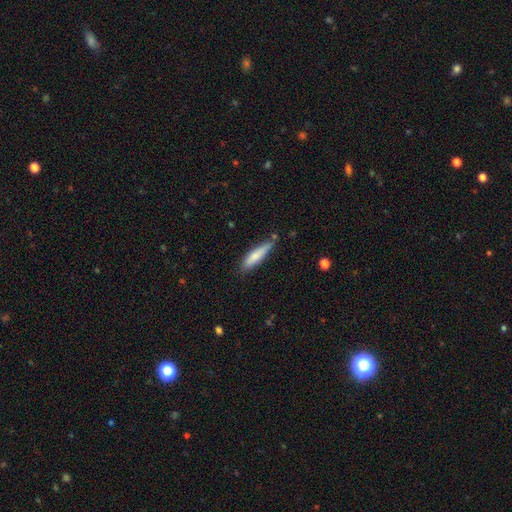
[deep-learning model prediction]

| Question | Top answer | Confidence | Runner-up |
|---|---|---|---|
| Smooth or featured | smooth | 77% | featured or disk (18%) |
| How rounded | cigar-shaped | 79% | in between (20%) |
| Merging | none | 70% | minor disturbance (22%) |